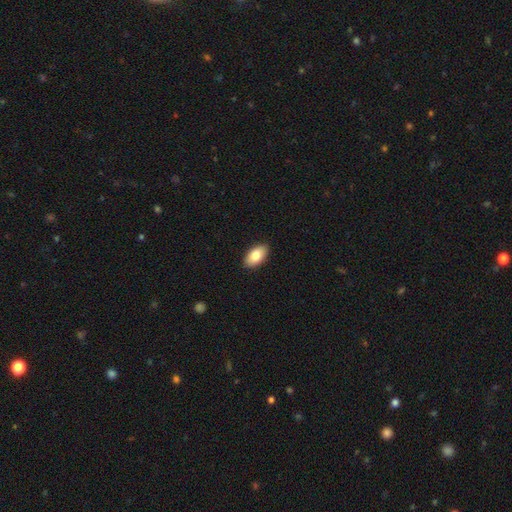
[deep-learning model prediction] A smooth galaxy with no disk features (83%) that is in between round and cigar-shaped (94%).

Vote fractions:
- Smooth or featured? smooth: 83% / featured or disk: 11% / star or artifact: 6%
- How rounded? in between: 94% / round: 4% / cigar-shaped: 3%
- Merging? none: 90% / minor disturbance: 7% / major disturbance: 2% / merger: 1%